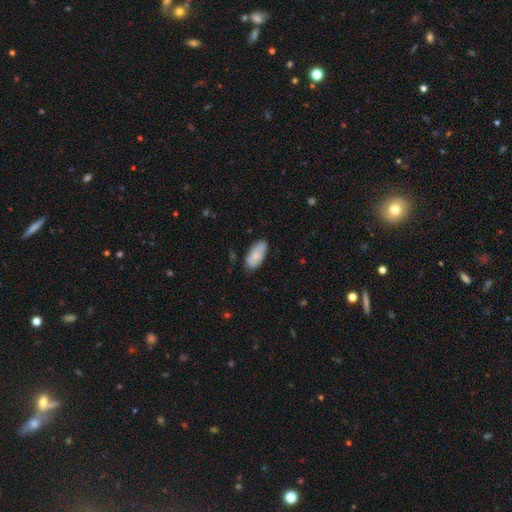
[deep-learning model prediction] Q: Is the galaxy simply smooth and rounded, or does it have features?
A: smooth — 79%.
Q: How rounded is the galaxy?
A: in between — 92%.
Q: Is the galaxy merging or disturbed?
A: none — 70%.